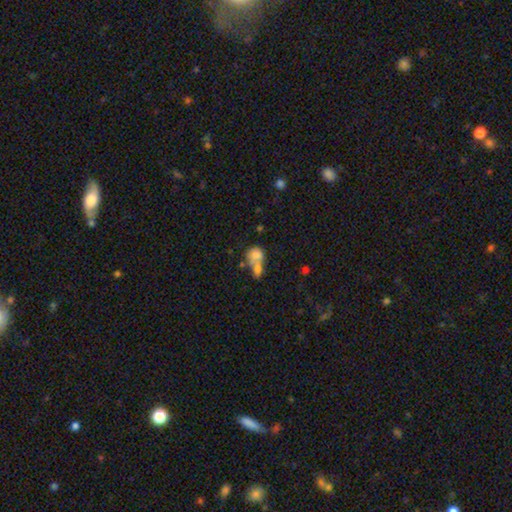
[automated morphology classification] This appears to be a smooth galaxy with no disk features (72%) that is round (49%, tied with in between). Merging: merger (66%).